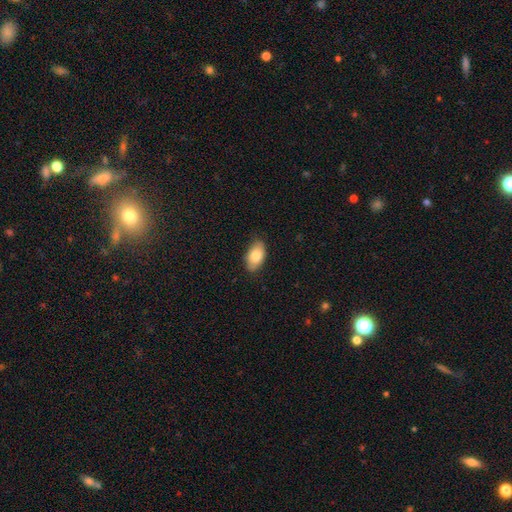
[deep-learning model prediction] smooth_or_featured: smooth (p=0.81) [alt: featured or disk p=0.13]
how_rounded: in between (p=0.93) [alt: round p=0.05]
merging: none (p=0.83) [alt: minor disturbance p=0.14]